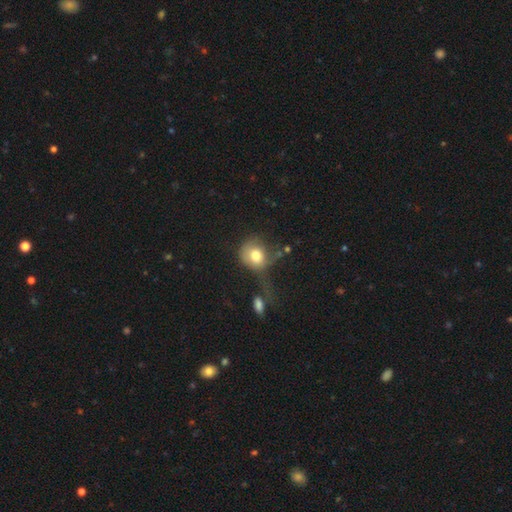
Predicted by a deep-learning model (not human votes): Smooth or featured: smooth — 74% (featured or disk — 17%)
How rounded: round — 73% (in between — 26%)
Merging: major disturbance — 33% (none — 31%)